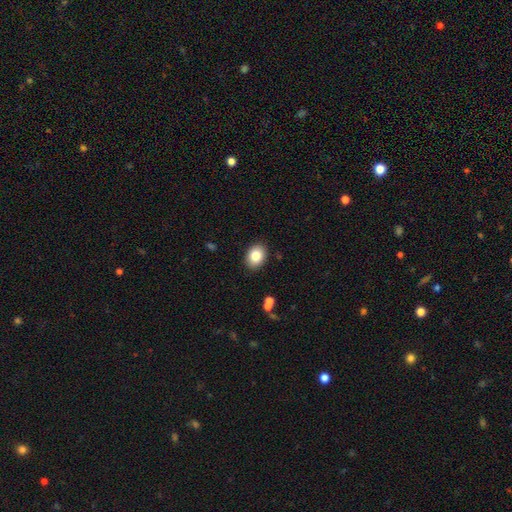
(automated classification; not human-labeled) This is clearly a smooth galaxy (85%). How rounded: likely in between (70%). Merging: clearly none (89%).